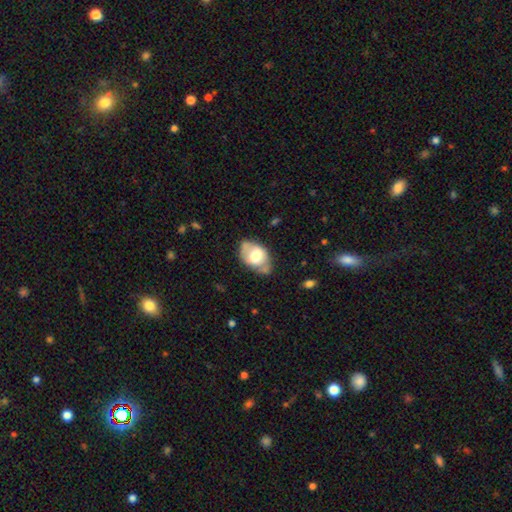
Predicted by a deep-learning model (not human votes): The model was most divided on "smooth or featured": smooth: 50%, featured or disk: 43%, star or artifact: 7%. More confident: how rounded — in between (87%); merging — none (54%).